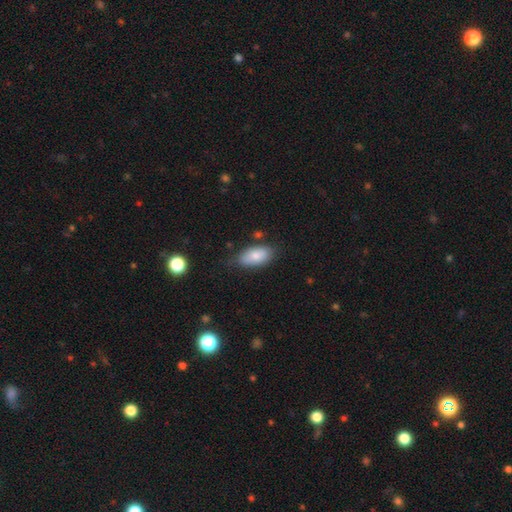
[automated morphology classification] Smooth or featured? smooth (80%)
How rounded? in between (92%)
Merging? none (73%)